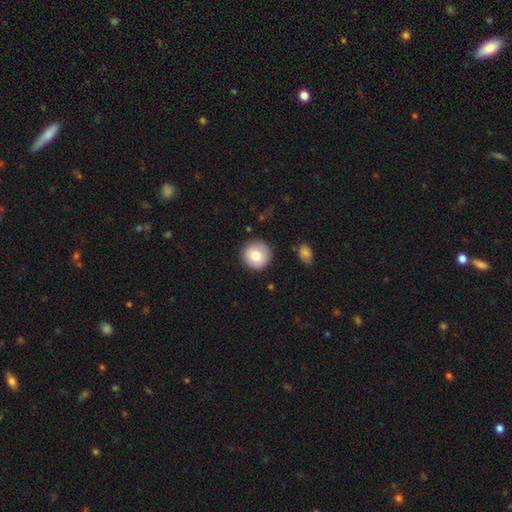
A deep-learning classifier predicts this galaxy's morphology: Overall: smooth (78%). How rounded: round (95%). Merging: none (88%).